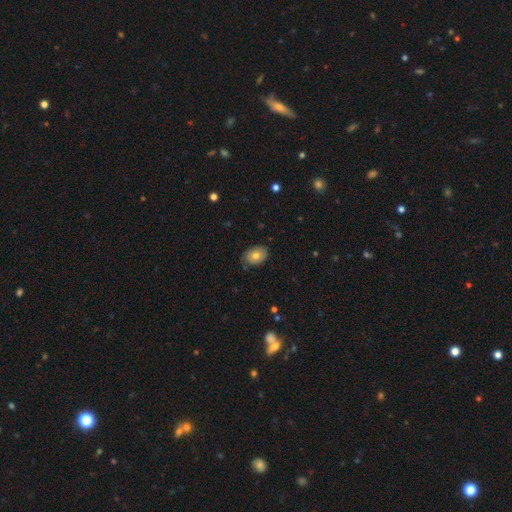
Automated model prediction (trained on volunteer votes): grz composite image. It shows a smooth galaxy with no disk features (70%) that is in between round and cigar-shaped (77%). Merging: none (77%).